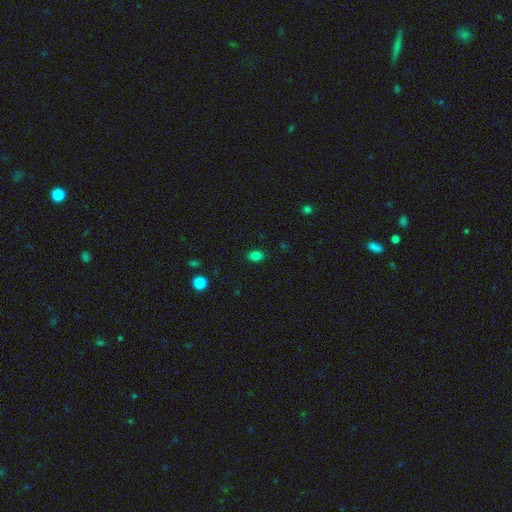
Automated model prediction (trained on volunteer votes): This appears to be a smooth galaxy with no disk features (81%) that is in between round and cigar-shaped (68%). Merging: none (86%).